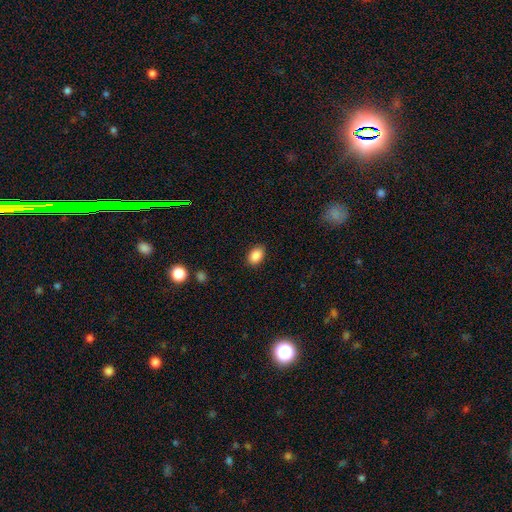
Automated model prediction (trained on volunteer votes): The model was most divided on "how rounded": in between: 81%, round: 17%, cigar-shaped: 1%. More confident: smooth or featured — smooth (88%); merging — none (87%).